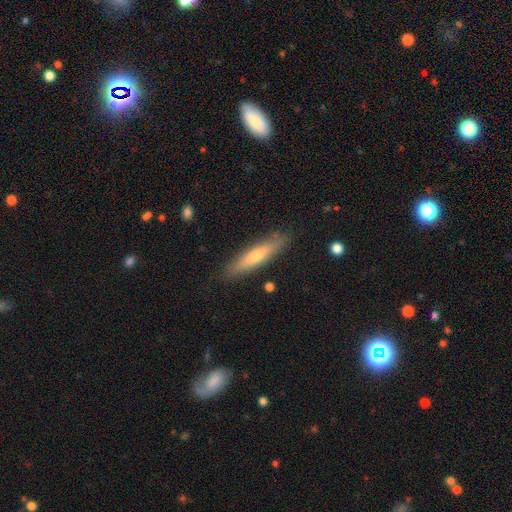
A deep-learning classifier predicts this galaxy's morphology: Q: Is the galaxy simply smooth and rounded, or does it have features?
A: smooth — 57%.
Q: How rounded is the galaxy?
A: cigar-shaped — 86%.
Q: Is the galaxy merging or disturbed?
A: none — 87%.